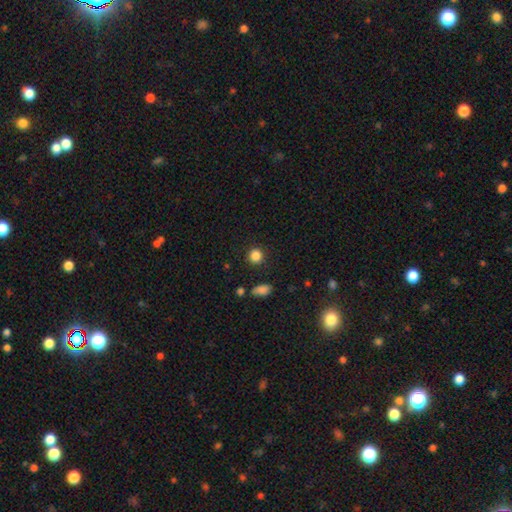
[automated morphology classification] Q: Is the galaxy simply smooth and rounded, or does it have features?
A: smooth — 86%.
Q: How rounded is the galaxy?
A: round — 90%.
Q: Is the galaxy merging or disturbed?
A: none — 89%.